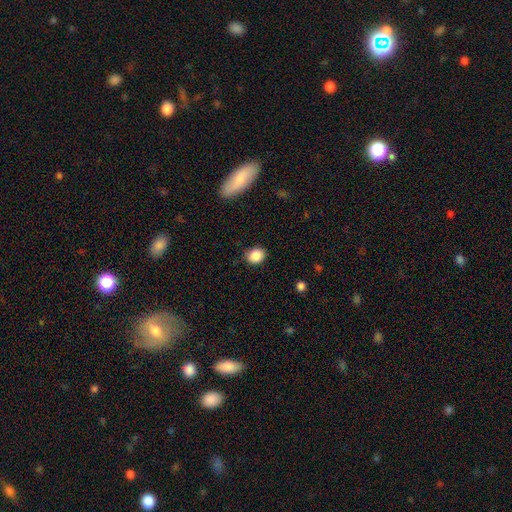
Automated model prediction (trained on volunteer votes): smooth_or_featured: smooth (p=0.87) [alt: star or artifact p=0.09]
how_rounded: round (p=0.66) [alt: in between p=0.33]
merging: none (p=0.85) [alt: minor disturbance p=0.11]